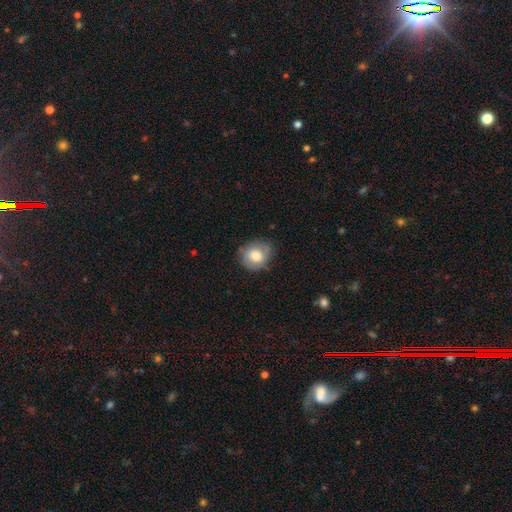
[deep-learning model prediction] Smooth or featured? smooth (72%)
How rounded? round (73%)
Merging? none (71%)